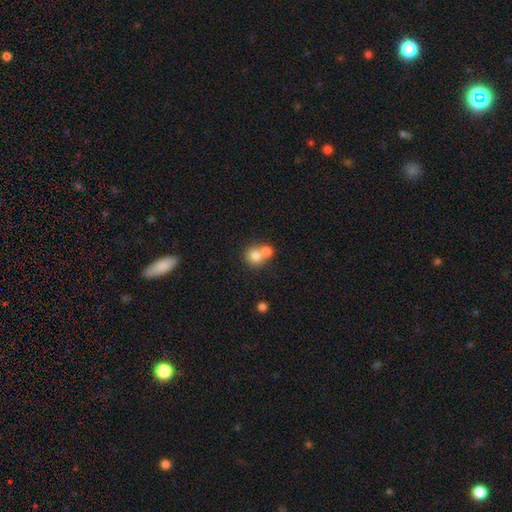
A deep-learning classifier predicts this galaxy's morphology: This is likely a smooth galaxy (76%). How rounded: clearly round (86%). Merging: possibly merger (54%).